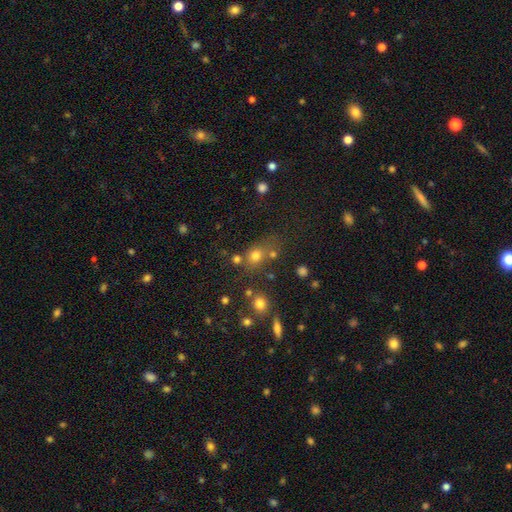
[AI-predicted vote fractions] A smooth galaxy with no disk features (69%) that is round (67%). Merging: none (58%).